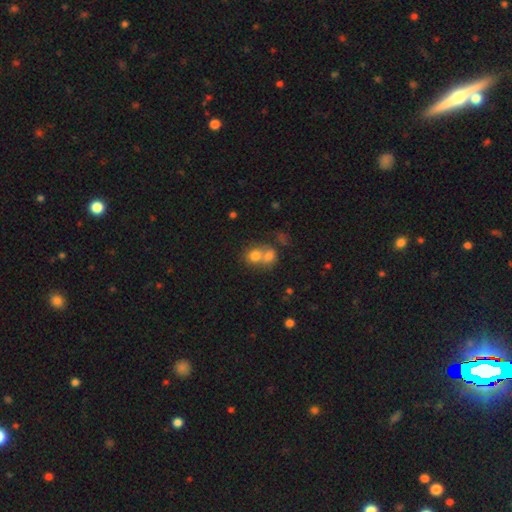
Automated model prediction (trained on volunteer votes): Morphology: type=smooth (74%); roundness=round (69%); merging=merger (64%).